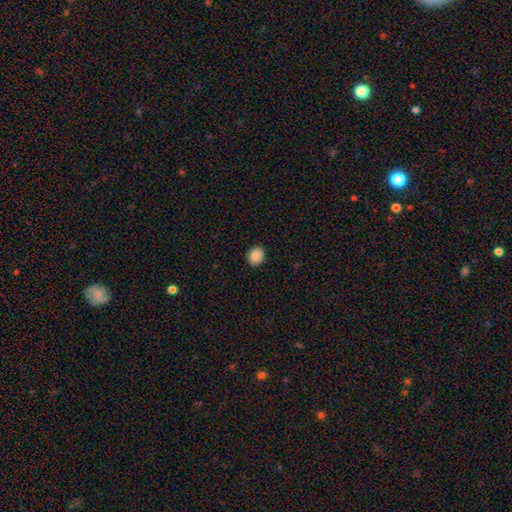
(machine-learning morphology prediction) Smooth or featured? smooth (89%)
How rounded? round (64%)
Merging? none (90%)